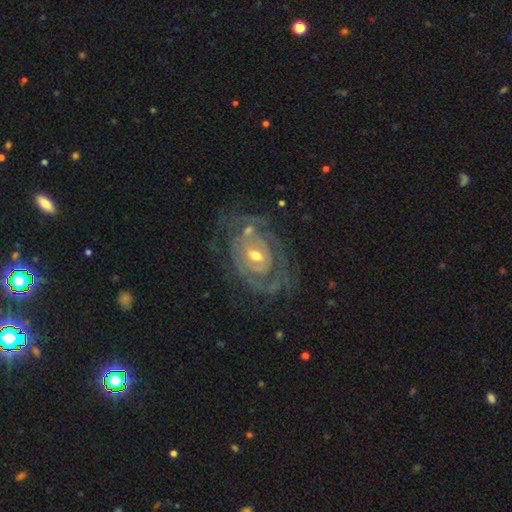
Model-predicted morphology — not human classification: Smooth or featured? Predicted: featured or disk (p=0.85). Edge-on disk? Predicted: no (p=0.96). Bar? Predicted: weak (p=0.44). Spiral arms? Predicted: yes (p=0.85). Spiral winding? Predicted: tight (p=0.65). Spiral arm count? Predicted: can't tell (p=0.43). Bulge size? Predicted: moderate (p=0.60). Merging? Predicted: none (p=0.58).